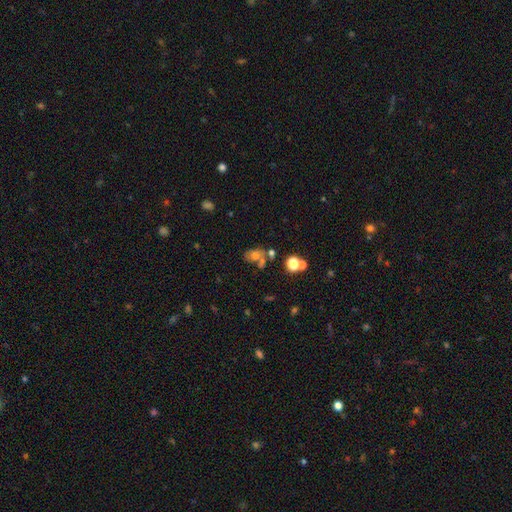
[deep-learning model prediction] Smooth or featured: smooth — 56% (featured or disk — 25%)
How rounded: in between — 65% (round — 33%)
Merging: none — 42% (merger — 32%)